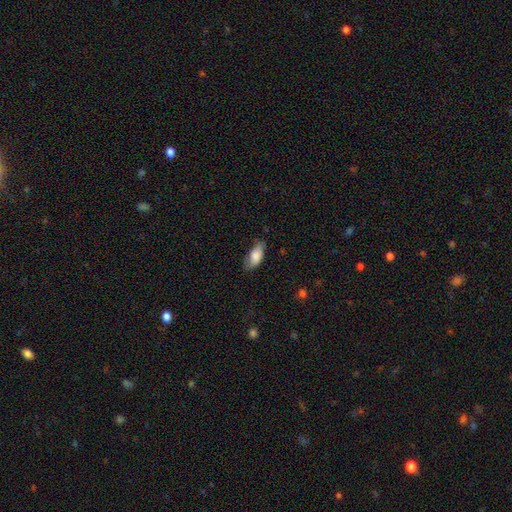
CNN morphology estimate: A smooth galaxy with no disk features (81%) that is in between round and cigar-shaped (86%). Merging: none (68%).